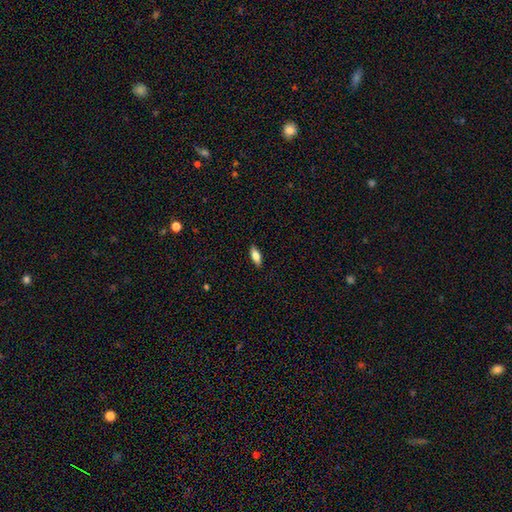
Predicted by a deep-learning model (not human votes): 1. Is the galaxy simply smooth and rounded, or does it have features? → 75% smooth, 18% featured or disk, 7% star or artifact.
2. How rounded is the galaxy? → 75% in between, 22% cigar-shaped, 2% round.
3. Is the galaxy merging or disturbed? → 89% none, 8% minor disturbance, 2% major disturbance, 1% merger.